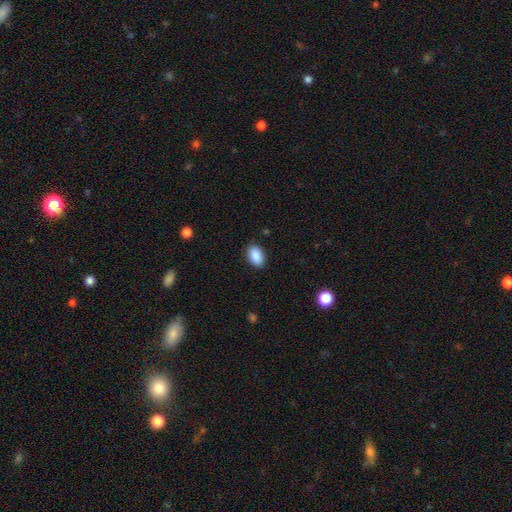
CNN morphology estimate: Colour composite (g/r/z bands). It shows a smooth galaxy with no disk features (89%) that is in between round and cigar-shaped (91%). Merging: none (86%).